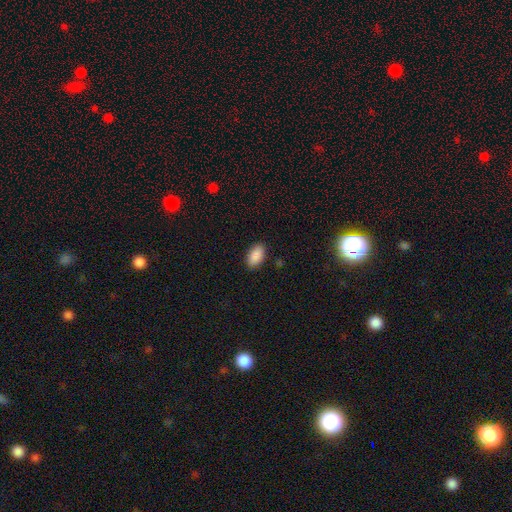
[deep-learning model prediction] The model was most divided on "merging": none: 88%, minor disturbance: 9%, major disturbance: 2%, merger: 1%. More confident: how rounded — in between (94%); smooth or featured — smooth (90%).